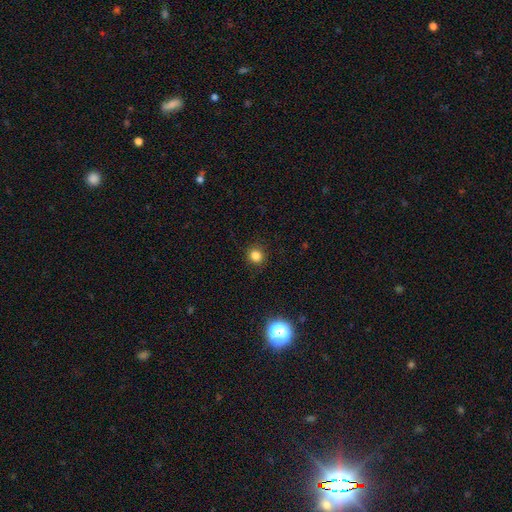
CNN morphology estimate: smooth_or_featured: smooth (p=0.83) [alt: star or artifact p=0.13]
how_rounded: round (p=0.87) [alt: in between p=0.12]
merging: none (p=0.90) [alt: minor disturbance p=0.07]